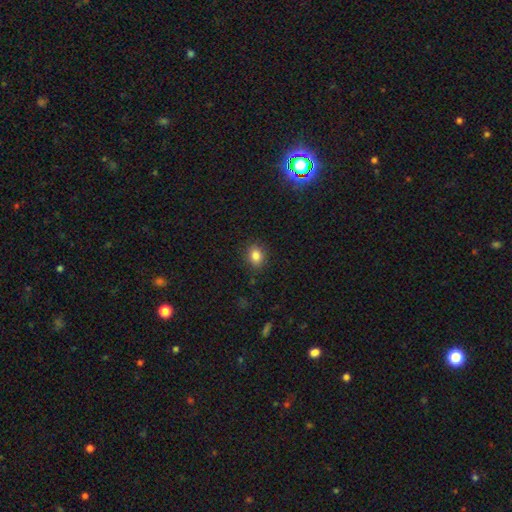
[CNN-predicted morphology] Smooth or featured? smooth (83%)
How rounded? in between (52%)
Merging? none (87%)